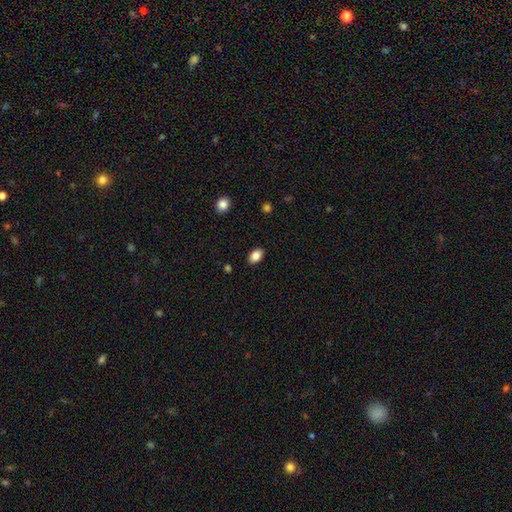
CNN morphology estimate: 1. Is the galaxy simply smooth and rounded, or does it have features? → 86% smooth, 8% star or artifact, 5% featured or disk.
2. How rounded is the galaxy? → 87% in between, 12% round, 1% cigar-shaped.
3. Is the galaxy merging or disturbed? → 88% none, 9% minor disturbance, 2% major disturbance, 1% merger.